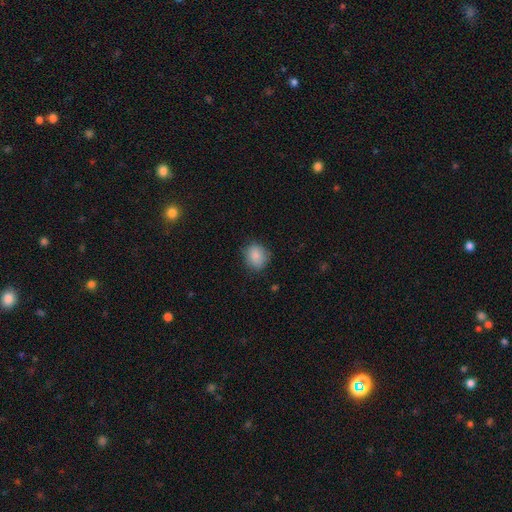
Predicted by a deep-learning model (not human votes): Overall: smooth (86%). How rounded: round (68%; in between 31%). Merging: none (76%).